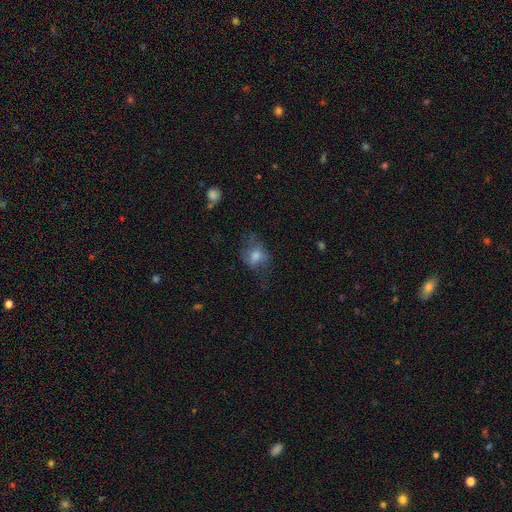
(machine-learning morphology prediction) This is possibly a smooth galaxy (57%). How rounded: likely in between (63%). Merging: possibly none (45%).